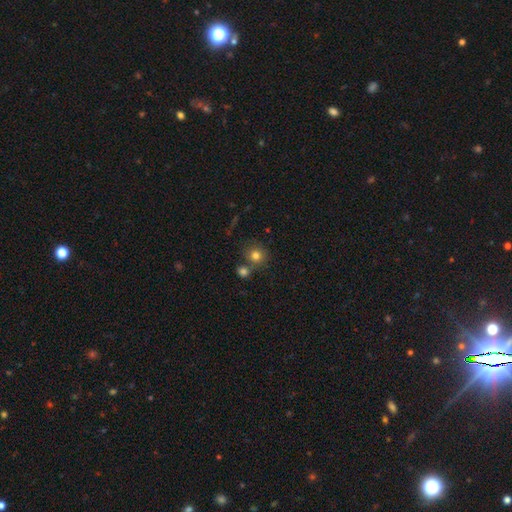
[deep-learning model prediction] The model was most divided on "merging": none: 65%, merger: 21%, minor disturbance: 10%, major disturbance: 4%. More confident: how rounded — round (85%); smooth or featured — smooth (79%).